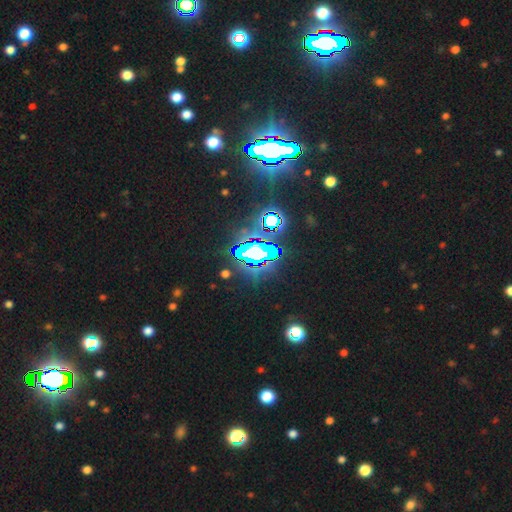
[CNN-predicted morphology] Q: Smooth or featured?
A: star or artifact (85%); runner-up: smooth (8%)